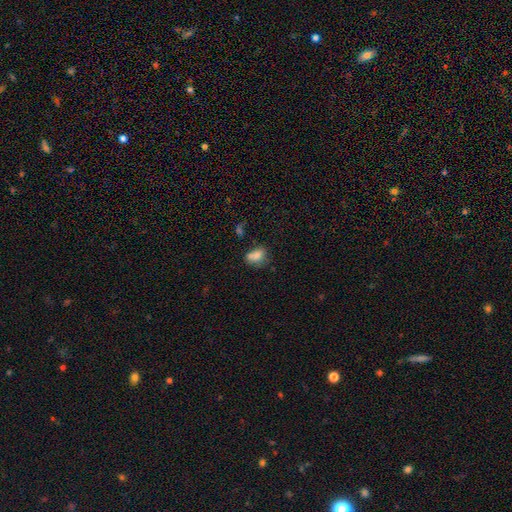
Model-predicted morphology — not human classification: Smooth or featured? smooth (74%)
How rounded? in between (64%)
Merging? none (39%)